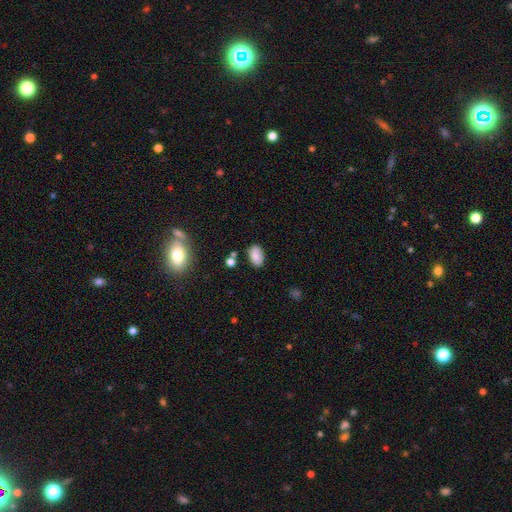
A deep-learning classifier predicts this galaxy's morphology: Overall: smooth (83%). How rounded: in between (90%). Merging: none (77%).